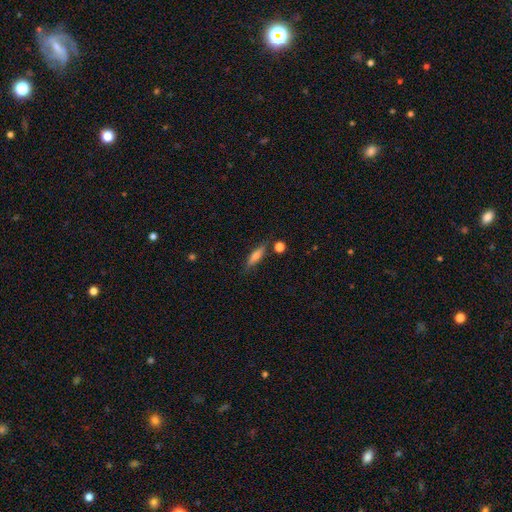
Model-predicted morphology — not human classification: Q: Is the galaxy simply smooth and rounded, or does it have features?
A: smooth — 66%.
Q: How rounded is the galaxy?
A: cigar-shaped — 68%.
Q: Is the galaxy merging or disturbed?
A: none — 80%.